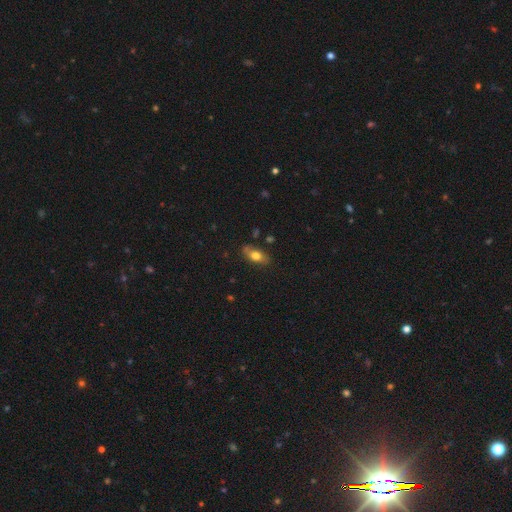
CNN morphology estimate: smooth 71%, featured or disk 20%, star or artifact 8%. Down the decision tree: how rounded — in between (83%); merging — none (74%).